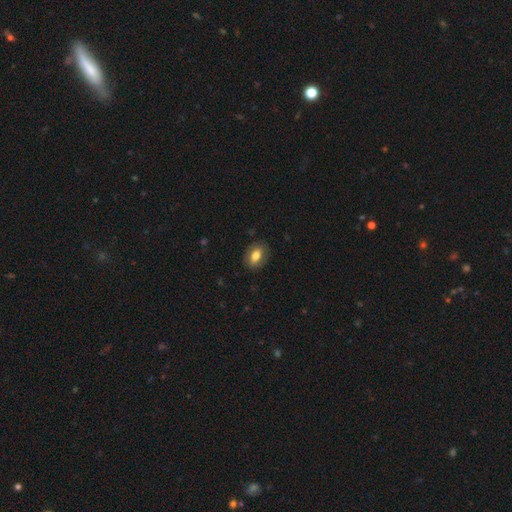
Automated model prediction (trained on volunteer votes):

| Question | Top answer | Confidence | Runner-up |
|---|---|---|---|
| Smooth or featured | smooth | 73% | featured or disk (20%) |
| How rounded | in between | 81% | round (18%) |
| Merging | none | 83% | minor disturbance (12%) |